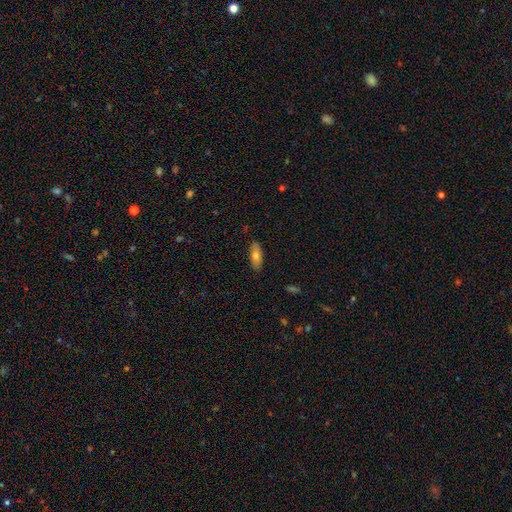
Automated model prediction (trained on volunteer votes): This is likely a smooth galaxy (72%). How rounded: likely in between (75%). Merging: clearly none (86%).